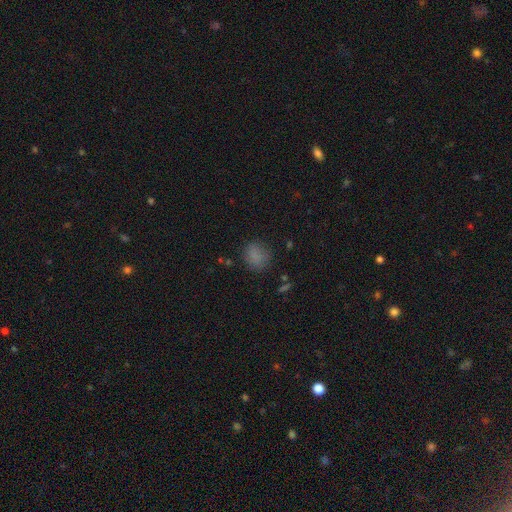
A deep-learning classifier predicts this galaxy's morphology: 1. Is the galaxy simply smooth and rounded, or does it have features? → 80% smooth, 14% star or artifact, 7% featured or disk.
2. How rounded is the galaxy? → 70% round, 29% in between, 1% cigar-shaped.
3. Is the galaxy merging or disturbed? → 76% none, 16% minor disturbance, 6% major disturbance, 2% merger.